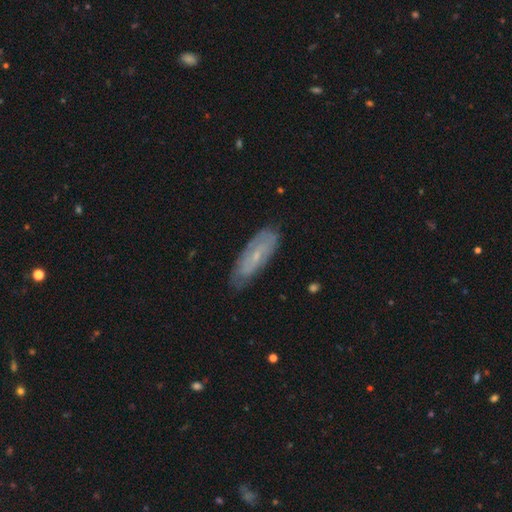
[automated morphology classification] Overall: featured or disk (59%; smooth 33%). Edge-on disk: no (78%). Merging: none (76%).